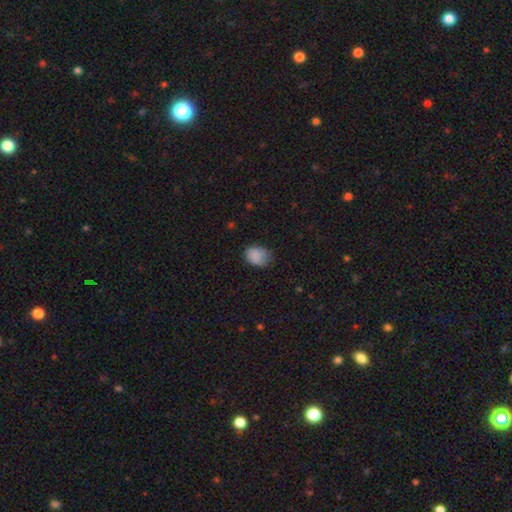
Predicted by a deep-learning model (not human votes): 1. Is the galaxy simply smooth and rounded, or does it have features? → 86% smooth, 9% star or artifact, 5% featured or disk.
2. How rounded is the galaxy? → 57% in between, 42% round, 1% cigar-shaped.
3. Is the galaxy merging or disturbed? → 68% none, 26% minor disturbance, 5% major disturbance, 1% merger.